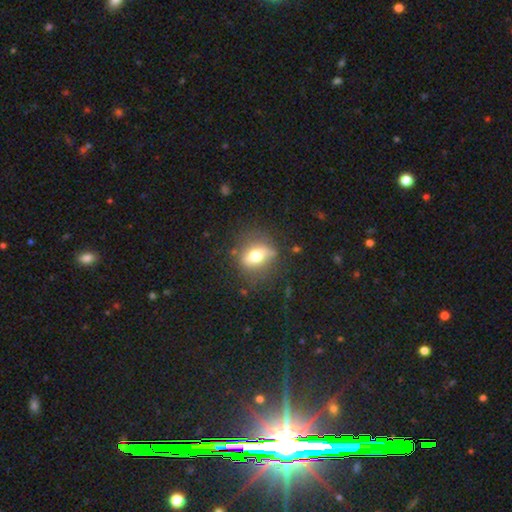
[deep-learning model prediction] Q: Smooth or featured?
A: smooth (55%); runner-up: featured or disk (35%)
Q: How rounded?
A: in between (56%); runner-up: round (36%)
Q: Merging?
A: none (72%); runner-up: minor disturbance (18%)